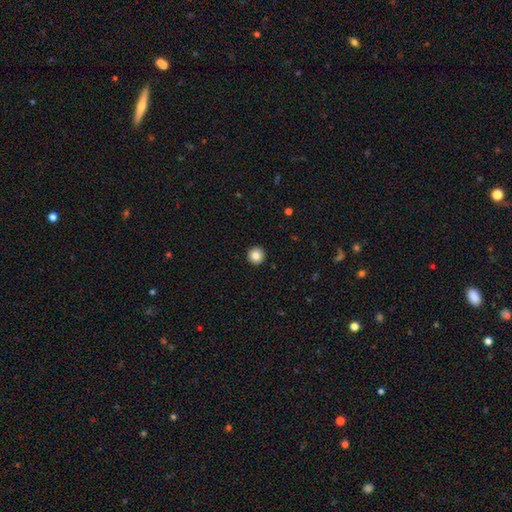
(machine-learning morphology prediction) Smooth or featured: smooth — 84% (star or artifact — 10%)
How rounded: round — 96% (in between — 3%)
Merging: none — 94% (minor disturbance — 4%)